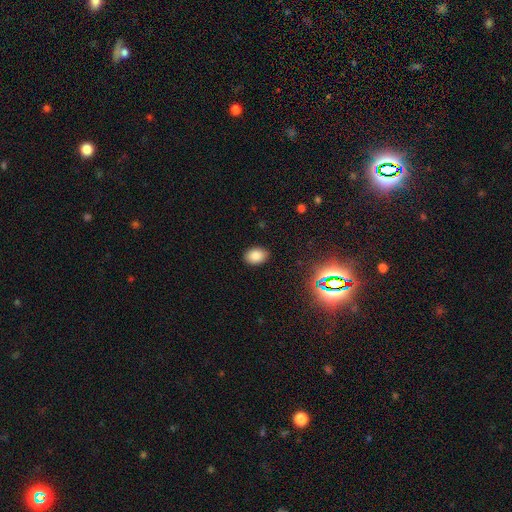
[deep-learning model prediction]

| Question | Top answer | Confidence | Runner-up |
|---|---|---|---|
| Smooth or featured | smooth | 83% | star or artifact (12%) |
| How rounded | in between | 79% | round (20%) |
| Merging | none | 88% | minor disturbance (9%) |